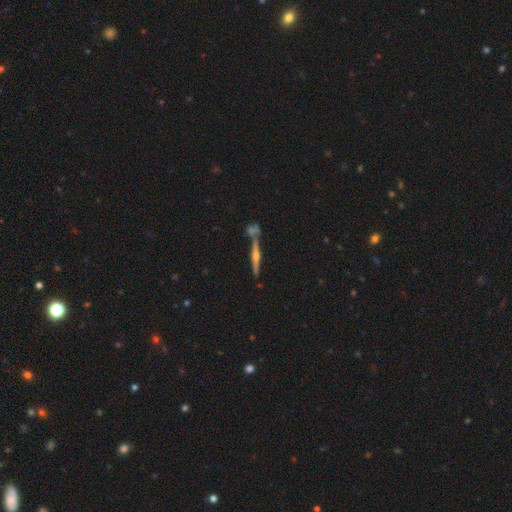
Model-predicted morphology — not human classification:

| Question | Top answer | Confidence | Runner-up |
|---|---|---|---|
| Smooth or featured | featured or disk | 78% | smooth (15%) |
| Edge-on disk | yes | 98% | no (2%) |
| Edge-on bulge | rounded | 87% | none (7%) |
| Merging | none | 74% | merger (15%) |